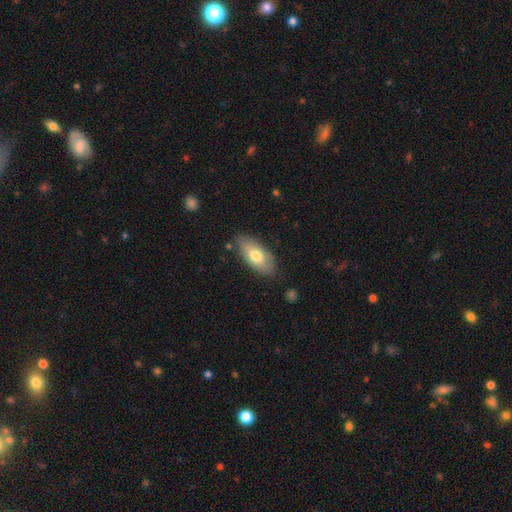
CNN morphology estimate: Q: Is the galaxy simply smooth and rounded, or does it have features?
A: smooth — 72%.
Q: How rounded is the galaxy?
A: in between — 88%.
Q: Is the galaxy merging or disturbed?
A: none — 80%.